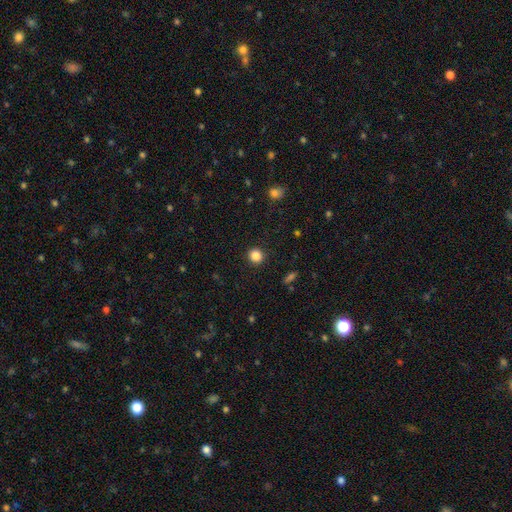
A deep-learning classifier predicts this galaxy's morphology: Q: Smooth or featured?
A: smooth (85%); runner-up: star or artifact (11%)
Q: How rounded?
A: round (90%); runner-up: in between (9%)
Q: Merging?
A: none (91%); runner-up: minor disturbance (6%)